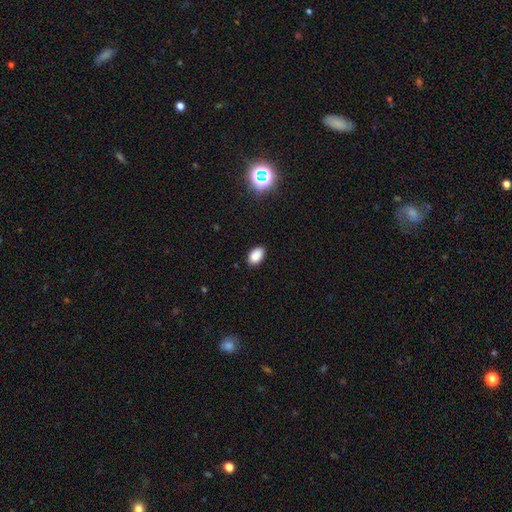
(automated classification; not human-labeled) smooth 86%, star or artifact 10%, featured or disk 4%. Down the decision tree: how rounded — in between (91%); merging — none (85%).